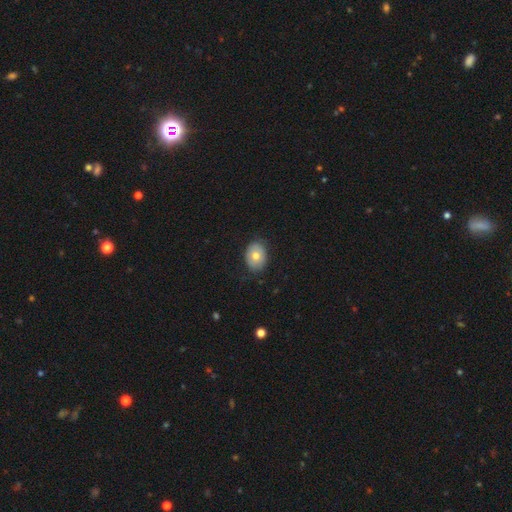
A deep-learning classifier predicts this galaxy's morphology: The model was most divided on "how rounded": in between: 67%, round: 32%, cigar-shaped: 1%. More confident: merging — none (82%); smooth or featured — smooth (73%).